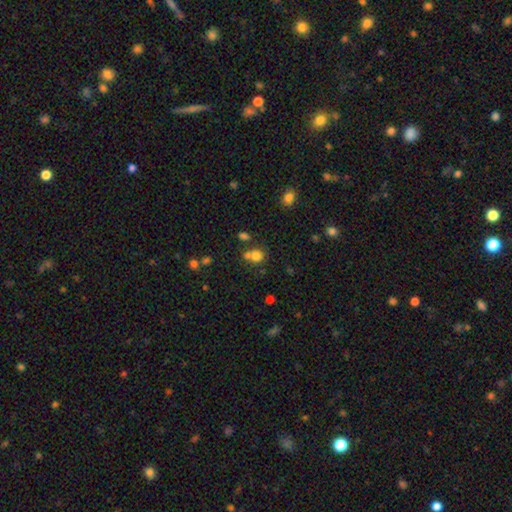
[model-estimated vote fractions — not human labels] A smooth galaxy with no disk features (76%) that is round (79%). Merging: none (49%).